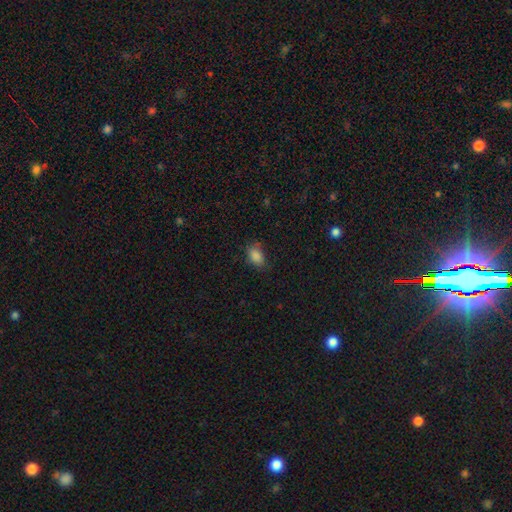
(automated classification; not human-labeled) smooth 86%, star or artifact 10%, featured or disk 5%. Down the decision tree: how rounded — in between (83%); merging — none (69%).